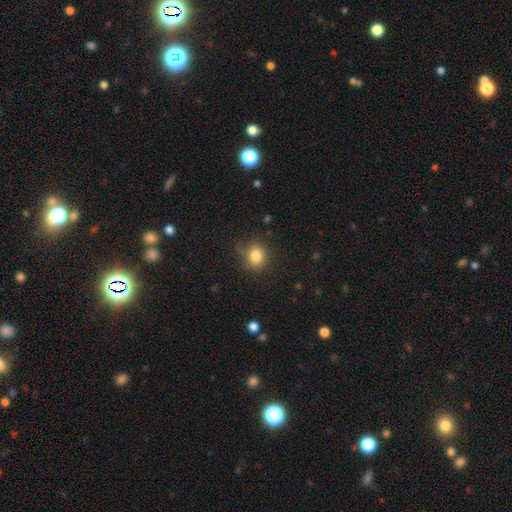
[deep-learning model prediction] smooth-or-featured: smooth: 82% | star or artifact: 11% | featured or disk: 7%
  how-rounded: round: 76% | in between: 23% | cigar-shaped: 1%
  merging: none: 72% | minor disturbance: 19% | major disturbance: 6% | merger: 2%